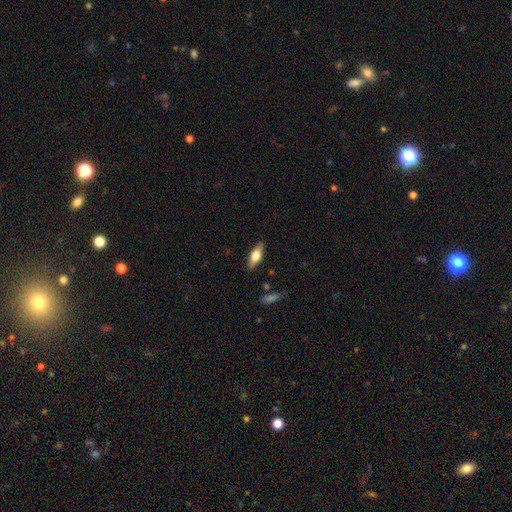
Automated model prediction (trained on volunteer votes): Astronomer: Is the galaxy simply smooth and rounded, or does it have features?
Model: smooth — 48% (runner-up: featured or disk, 45%).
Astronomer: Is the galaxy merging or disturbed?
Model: none — 86%.